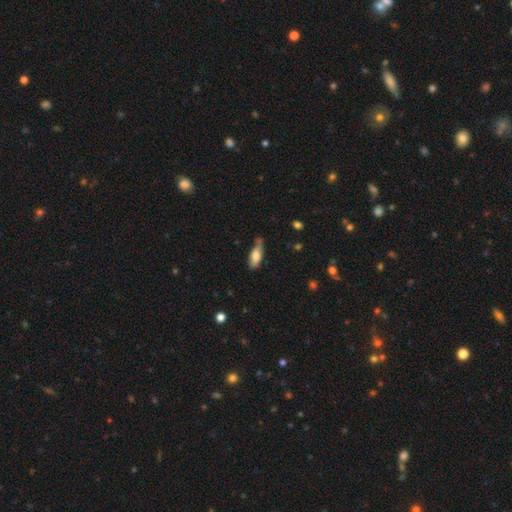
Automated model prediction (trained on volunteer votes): smooth_or_featured: smooth (p=0.75) [alt: featured or disk p=0.18]
how_rounded: in between (p=0.72) [alt: cigar-shaped p=0.26]
merging: none (p=0.53) [alt: minor disturbance p=0.32]